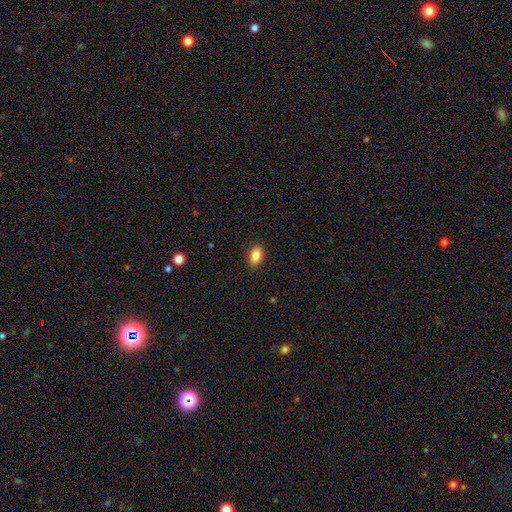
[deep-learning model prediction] This is clearly a smooth galaxy (86%). How rounded: clearly in between (89%). Merging: clearly none (89%).